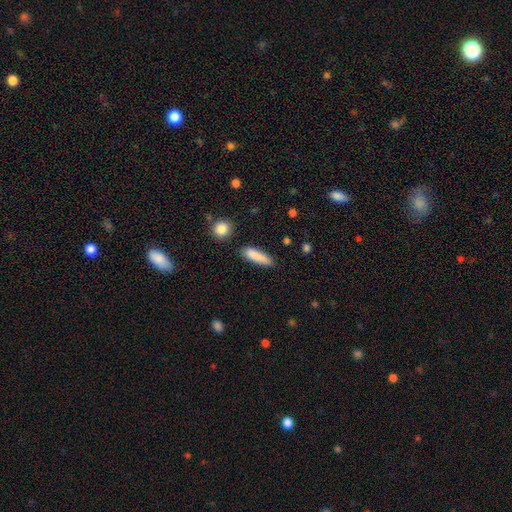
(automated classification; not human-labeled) Morphology: type=smooth (86%); roundness=cigar-shaped (68%); merging=none (81%).